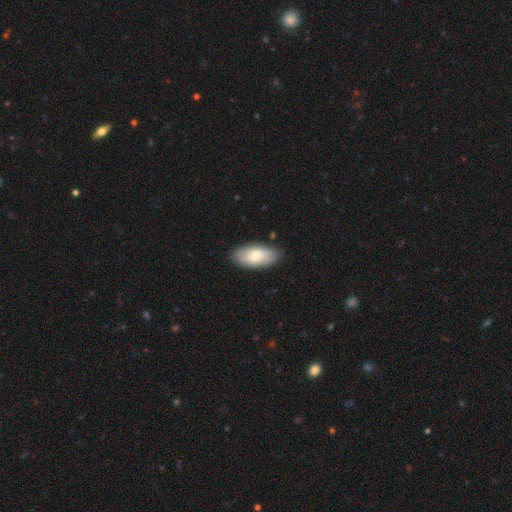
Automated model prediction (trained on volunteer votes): This appears to be a smooth galaxy with no disk features (74%) that is in between round and cigar-shaped (92%). Merging: none (84%).